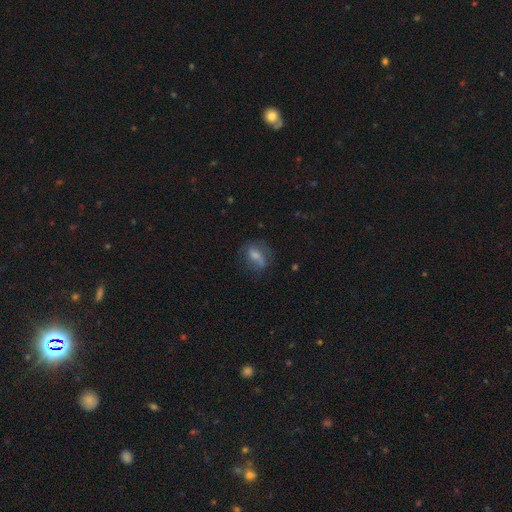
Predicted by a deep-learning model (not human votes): The model was most divided on "merging": none: 53%, minor disturbance: 26%, major disturbance: 18%, merger: 3%. More confident: how rounded — in between (68%); smooth or featured — smooth (60%).